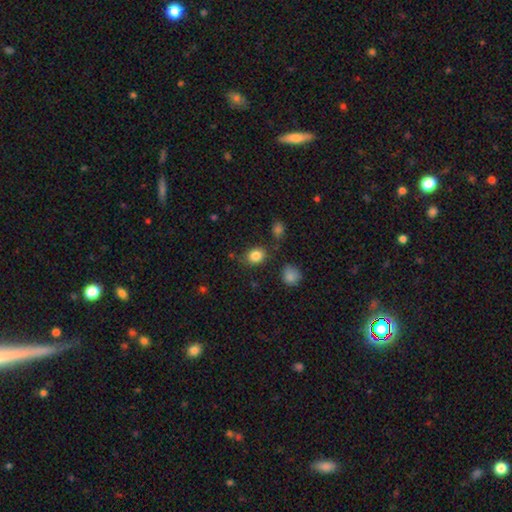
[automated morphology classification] The model was most divided on "how rounded": round: 50%, in between: 49%, cigar-shaped: 1%. More confident: smooth or featured — smooth (84%); merging — none (78%).